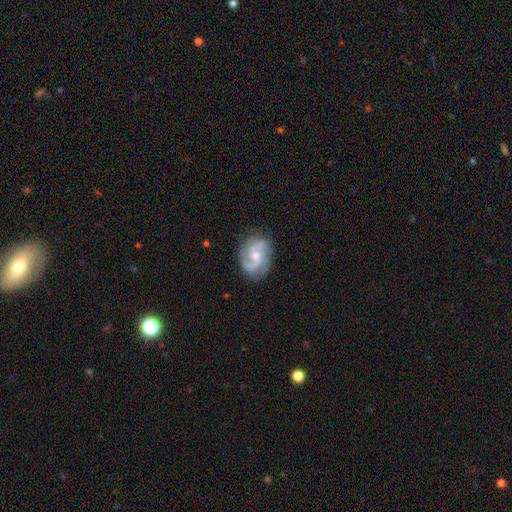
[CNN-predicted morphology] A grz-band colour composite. It shows a featured or disk galaxy (90%) with no bar (50%), 2 (87%) medium (58%) spiral arms (98%) and a moderate central bulge (55%). Merging: none (82%).